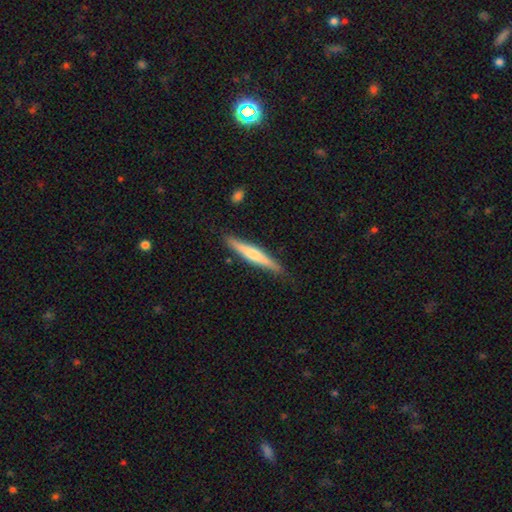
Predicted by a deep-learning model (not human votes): A smooth galaxy with no disk features (52%) that is cigar-shaped (93%).

Vote fractions:
- Smooth or featured? smooth: 52% / featured or disk: 43% / star or artifact: 5%
- How rounded? cigar-shaped: 93% / in between: 5% / round: 1%
- Merging? none: 86% / minor disturbance: 10% / major disturbance: 2% / merger: 2%